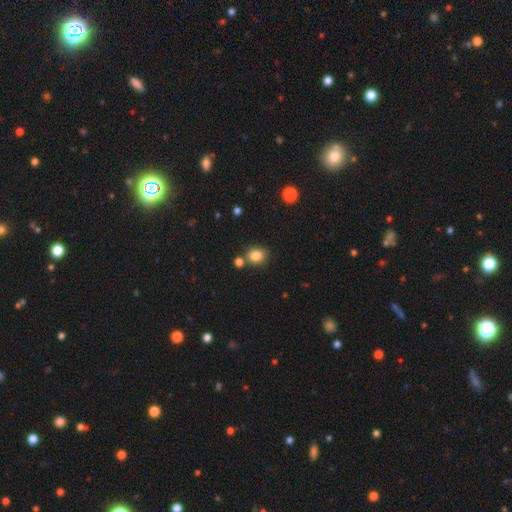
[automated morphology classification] smooth 83%, star or artifact 11%, featured or disk 6%. Down the decision tree: how rounded — round (69%); merging — none (72%).